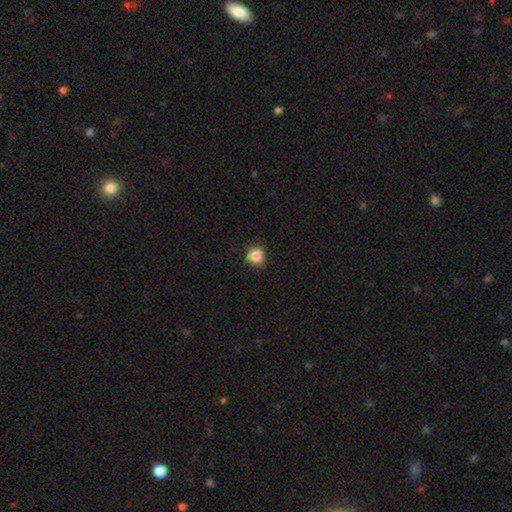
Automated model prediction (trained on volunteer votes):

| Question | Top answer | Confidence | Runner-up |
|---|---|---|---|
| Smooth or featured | smooth | 86% | star or artifact (11%) |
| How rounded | round | 94% | in between (5%) |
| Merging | none | 90% | minor disturbance (7%) |